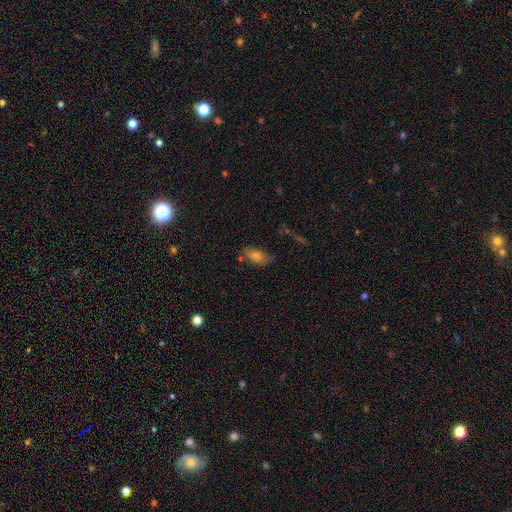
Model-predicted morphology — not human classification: Smooth or featured: smooth — 72% (featured or disk — 15%)
How rounded: in between — 87% (cigar-shaped — 7%)
Merging: none — 73% (minor disturbance — 17%)